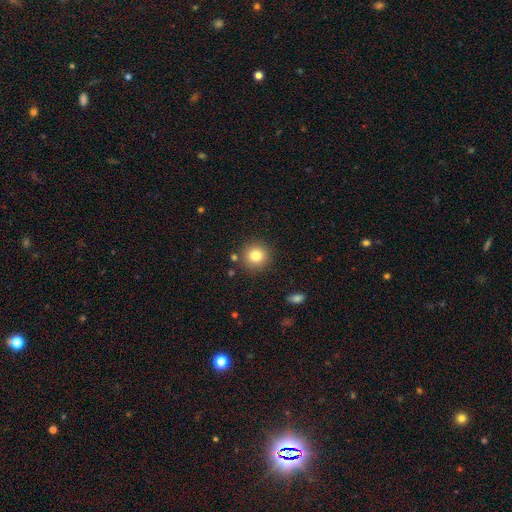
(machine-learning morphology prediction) smooth 81%, star or artifact 11%, featured or disk 8%. Down the decision tree: how rounded — round (93%); merging — none (86%).